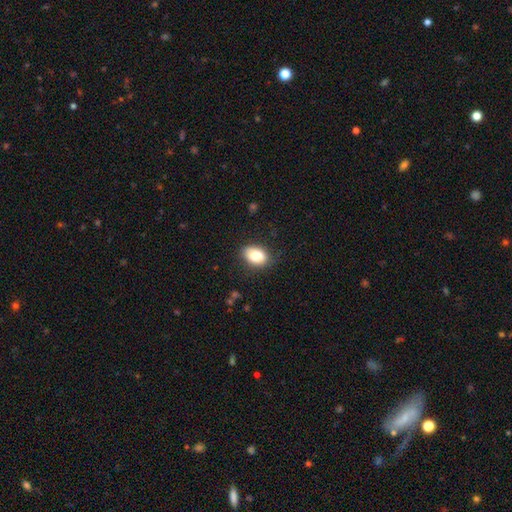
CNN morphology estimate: This is clearly a smooth galaxy (83%). How rounded: clearly in between (85%). Merging: likely none (79%).